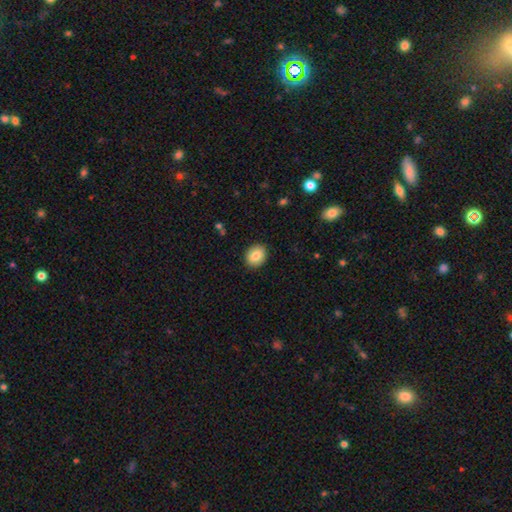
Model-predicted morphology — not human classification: Smooth or featured?
  - smooth: 84% *
  - featured or disk: 8%
  - star or artifact: 8%
How rounded?
  - round: 56% *
  - in between: 43%
  - cigar-shaped: 1%
Merging?
  - none: 90% *
  - minor disturbance: 7%
  - major disturbance: 2%
  - merger: 1%